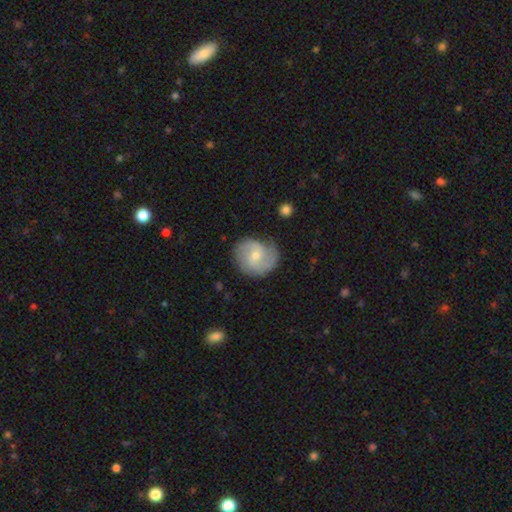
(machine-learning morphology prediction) A featured or disk galaxy (63%) with no bar (49%), 2 (71%) medium (45%) spiral arms (88%) and a small central bulge (50%).

Vote fractions:
- Smooth or featured? featured or disk: 63% / smooth: 31% / star or artifact: 6%
- Edge-on disk? no: 98% / yes: 2%
- Bar? no: 49% / weak: 44% / strong: 7%
- Spiral arms? yes: 88% / no: 12%
- Spiral winding? medium: 45% / loose: 27% / tight: 27%
- Spiral arm count? 2: 71% / can't tell: 14% / 3: 6% / 1: 6% / 4: 2% / more than 4: 2%
- Bulge size? small: 50% / moderate: 46% / large: 2% / none: 2% / dominant: 1%
- Merging? none: 68% / minor disturbance: 22% / major disturbance: 8% / merger: 2%